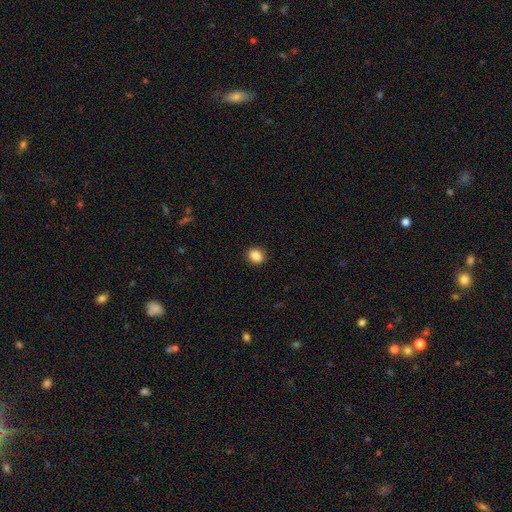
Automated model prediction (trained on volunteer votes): A smooth galaxy with no disk features (87%) that is round (60%).

Vote fractions:
- Smooth or featured? smooth: 87% / star or artifact: 9% / featured or disk: 4%
- How rounded? round: 60% / in between: 39% / cigar-shaped: 1%
- Merging? none: 90% / minor disturbance: 7% / major disturbance: 2% / merger: 1%